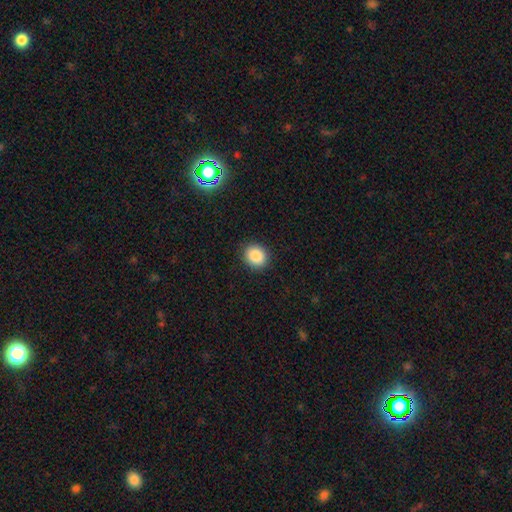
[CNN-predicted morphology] Smooth or featured: smooth — 87% (star or artifact — 9%)
How rounded: round — 73% (in between — 26%)
Merging: none — 90% (minor disturbance — 7%)